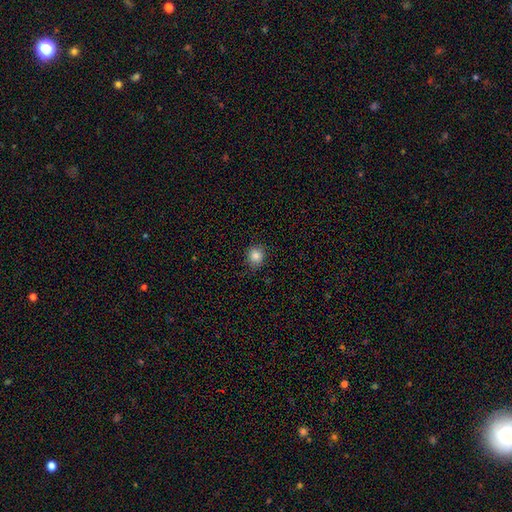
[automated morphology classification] smooth_or_featured: smooth (p=0.84) [alt: star or artifact p=0.11]
how_rounded: round (p=0.82) [alt: in between p=0.17]
merging: none (p=0.87) [alt: minor disturbance p=0.10]